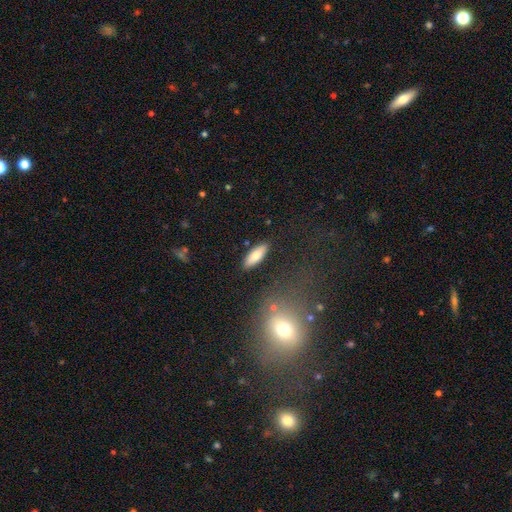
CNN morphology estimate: Smooth or featured? smooth (77%)
How rounded? in between (61%)
Merging? none (87%)